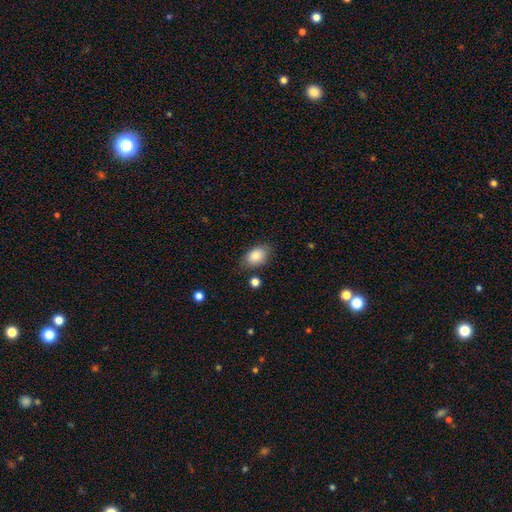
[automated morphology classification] Overall: smooth (85%). How rounded: in between (83%). Merging: none (73%).